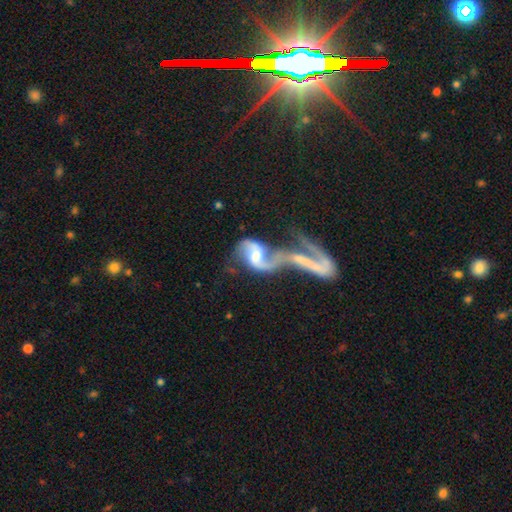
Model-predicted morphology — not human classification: This appears to be a featured or disk galaxy (77%) with a weak bar (42%), 2 (80%) loose (73%) spiral arms (87%) and a moderate central bulge (52%). Merging: merger (72%).